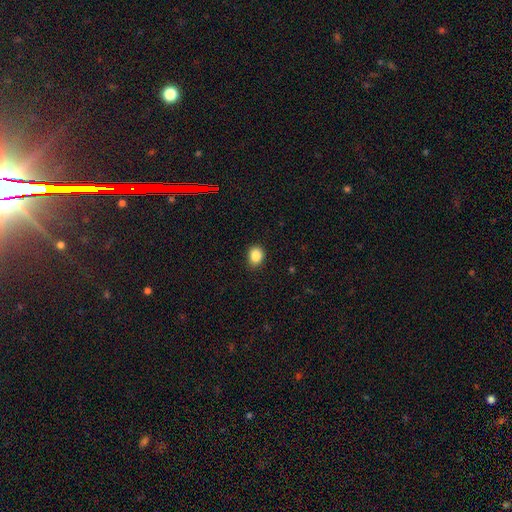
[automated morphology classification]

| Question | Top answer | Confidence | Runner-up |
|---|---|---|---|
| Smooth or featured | smooth | 87% | star or artifact (10%) |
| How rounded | round | 57% | in between (42%) |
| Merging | none | 83% | minor disturbance (13%) |